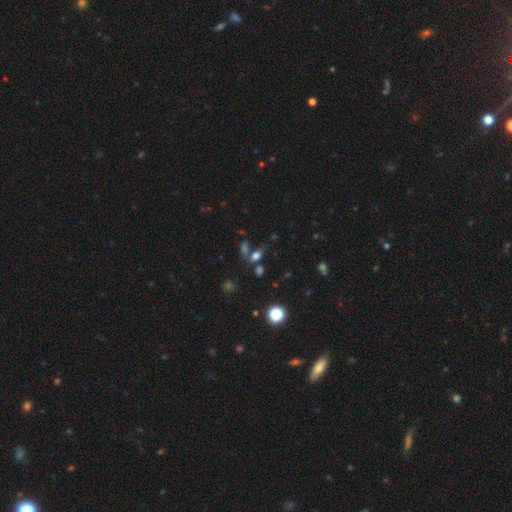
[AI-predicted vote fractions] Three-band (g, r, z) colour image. It shows a smooth galaxy with no disk features (61%) that is in between round and cigar-shaped (69%). Merging: none (49%).